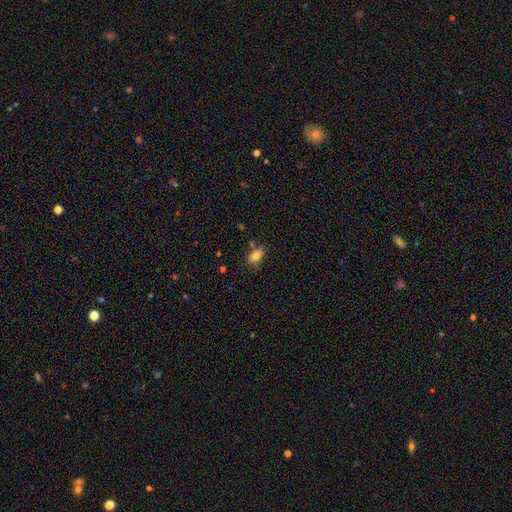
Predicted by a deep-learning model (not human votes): Smooth or featured: smooth — 81% (star or artifact — 10%)
How rounded: in between — 86% (round — 8%)
Merging: none — 69% (minor disturbance — 18%)